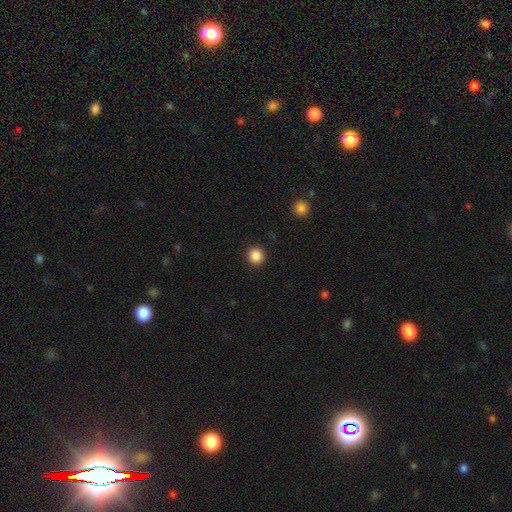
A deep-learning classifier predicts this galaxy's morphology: A smooth galaxy with no disk features (87%) that is round (93%).

Vote fractions:
- Smooth or featured? smooth: 87% / star or artifact: 10% / featured or disk: 3%
- How rounded? round: 93% / in between: 6% / cigar-shaped: 1%
- Merging? none: 92% / minor disturbance: 5% / major disturbance: 2% / merger: 1%